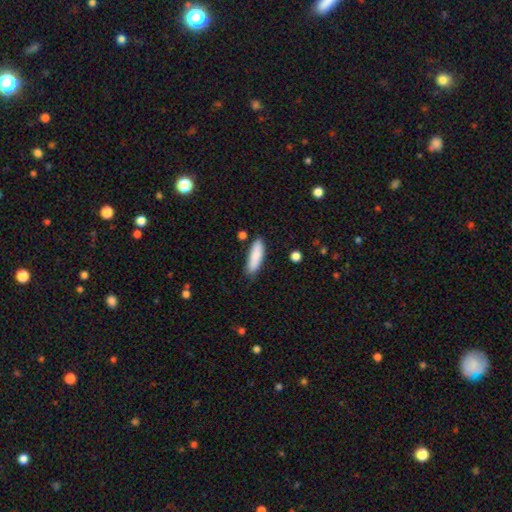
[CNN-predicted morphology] Overall: smooth (85%). How rounded: cigar-shaped (52%; in between 46%). Merging: none (80%).